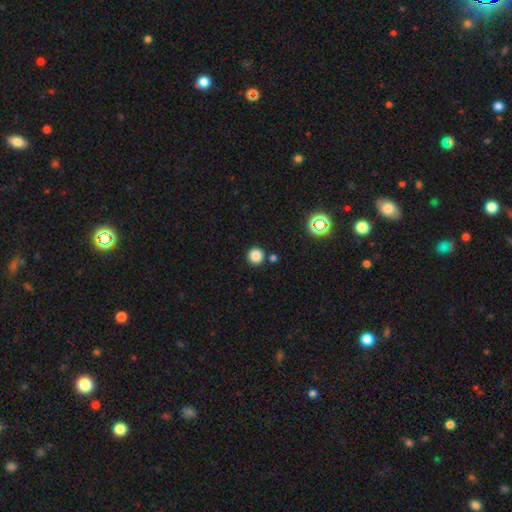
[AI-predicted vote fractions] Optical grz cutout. It shows a smooth galaxy with no disk features (83%) that is round (96%). Merging: none (87%).